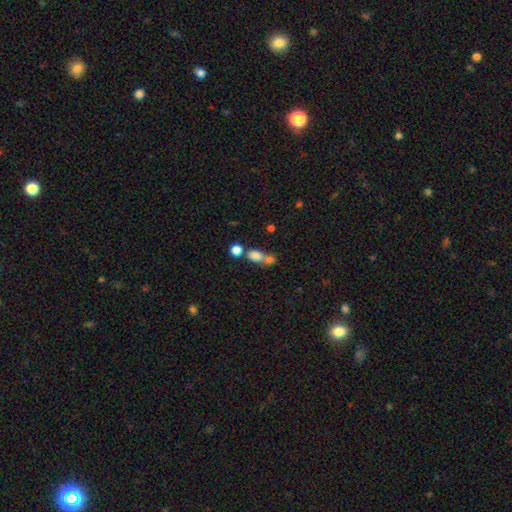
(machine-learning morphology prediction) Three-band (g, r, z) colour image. It shows a smooth galaxy with no disk features (77%) that is in between round and cigar-shaped (55%). Merging: merger (55%).